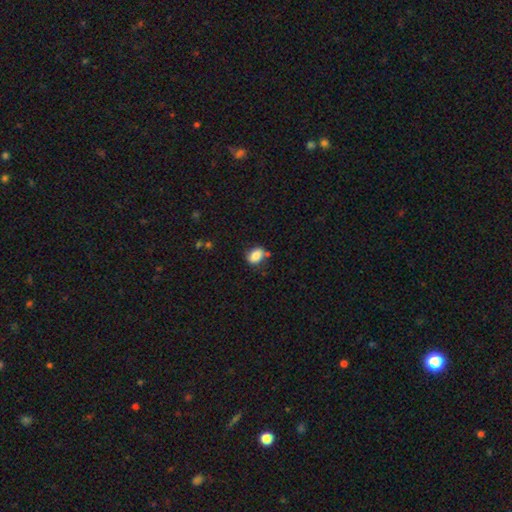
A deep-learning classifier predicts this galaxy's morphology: smooth_or_featured: smooth (p=0.85) [alt: star or artifact p=0.08]
how_rounded: in between (p=0.75) [alt: round p=0.24]
merging: none (p=0.68) [alt: minor disturbance p=0.19]